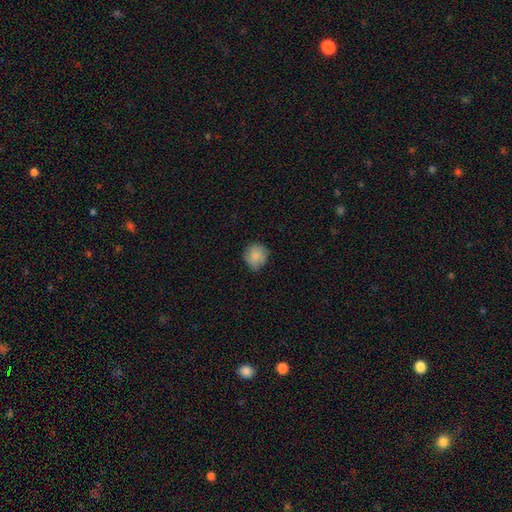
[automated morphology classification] smooth_or_featured: smooth (p=0.84) [alt: featured or disk p=0.09]
how_rounded: round (p=0.86) [alt: in between p=0.13]
merging: none (p=0.76) [alt: minor disturbance p=0.20]